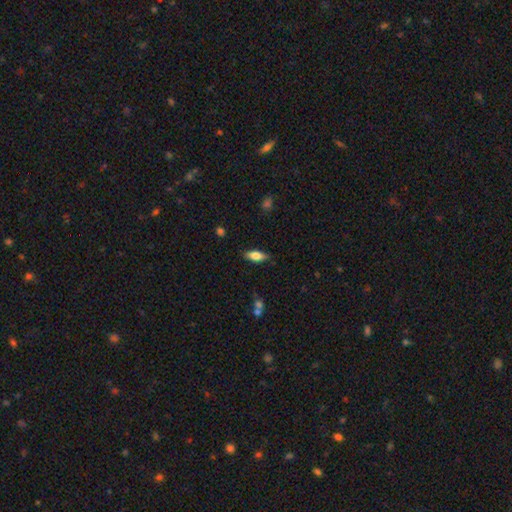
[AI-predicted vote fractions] Smooth or featured? Predicted: smooth (p=0.71). How rounded? Predicted: in between (p=0.73). Merging? Predicted: none (p=0.84).